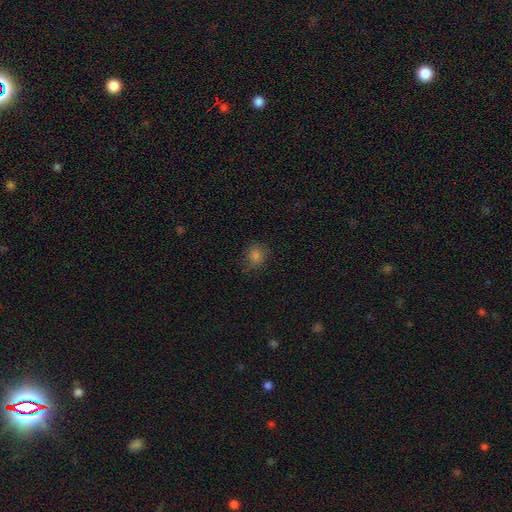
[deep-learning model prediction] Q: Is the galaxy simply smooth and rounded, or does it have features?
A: smooth — 78%.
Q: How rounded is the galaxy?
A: round — 83%.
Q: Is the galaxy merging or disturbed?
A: none — 81%.